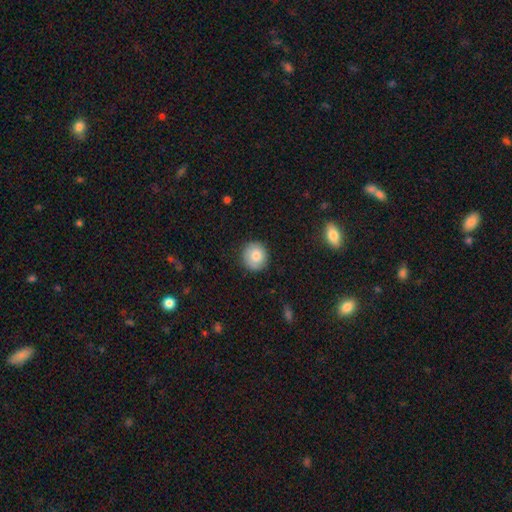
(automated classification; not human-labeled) Overall: smooth (81%). How rounded: round (91%). Merging: none (88%).